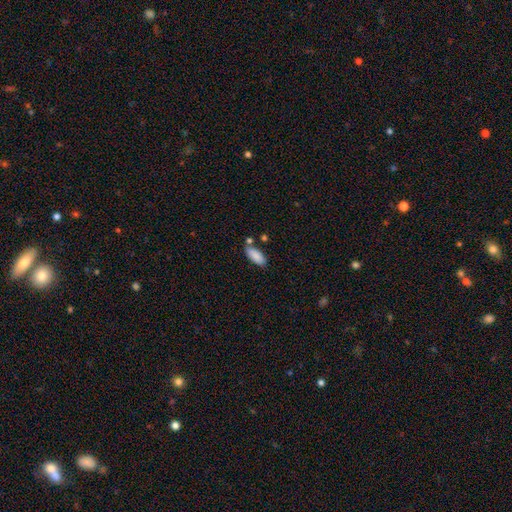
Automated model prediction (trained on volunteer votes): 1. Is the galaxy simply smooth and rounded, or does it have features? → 88% smooth, 6% star or artifact, 6% featured or disk.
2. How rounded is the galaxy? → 84% in between, 14% cigar-shaped, 2% round.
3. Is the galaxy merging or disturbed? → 73% none, 14% minor disturbance, 10% merger, 3% major disturbance.